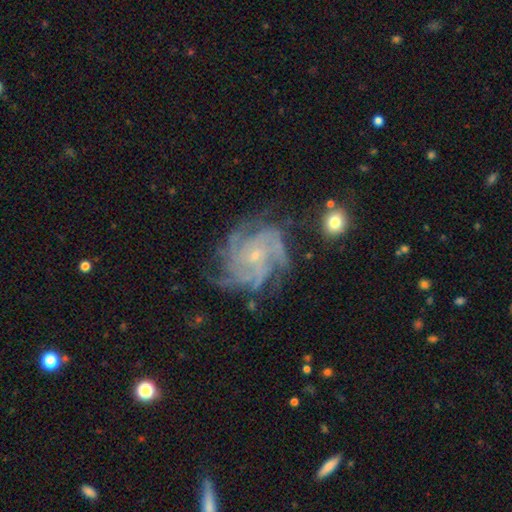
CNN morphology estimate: smooth_or_featured: featured or disk (p=0.88) [alt: star or artifact p=0.07]
disk_edge_on: no (p=0.98) [alt: yes p=0.02]
bar: no (p=0.72) [alt: weak p=0.23]
has_spiral_arms: yes (p=0.98) [alt: no p=0.02]
spiral_winding: tight (p=0.61) [alt: medium p=0.32]
spiral_arm_count: 4 (p=0.39) [alt: more than 4 p=0.16]
bulge_size: small (p=0.80) [alt: moderate p=0.15]
merging: none (p=0.70) [alt: minor disturbance p=0.19]